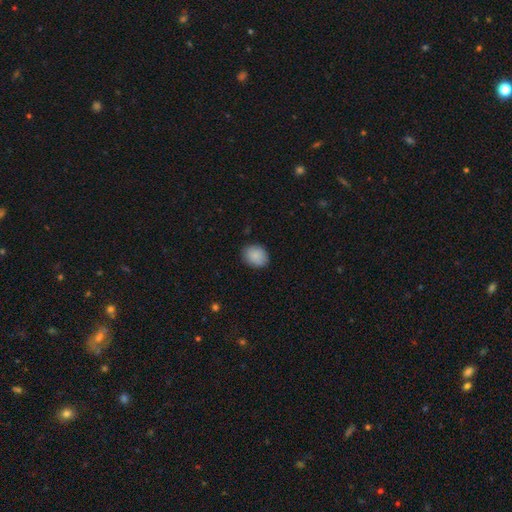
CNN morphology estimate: A smooth galaxy with no disk features (88%) that is in between round and cigar-shaped (53%).

Vote fractions:
- Smooth or featured? smooth: 88% / star or artifact: 8% / featured or disk: 4%
- How rounded? in between: 53% / round: 47% / cigar-shaped: 1%
- Merging? none: 86% / minor disturbance: 11% / major disturbance: 2% / merger: 1%